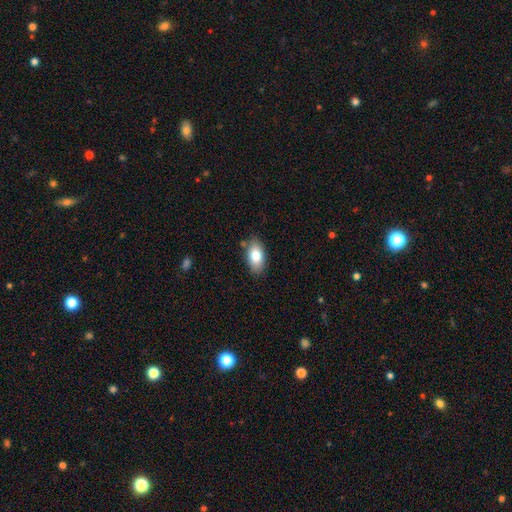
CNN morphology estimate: smooth-or-featured: smooth: 80% | featured or disk: 13% | star or artifact: 7%
  how-rounded: in between: 92% | round: 5% | cigar-shaped: 3%
  merging: none: 82% | minor disturbance: 13% | major disturbance: 3% | merger: 2%